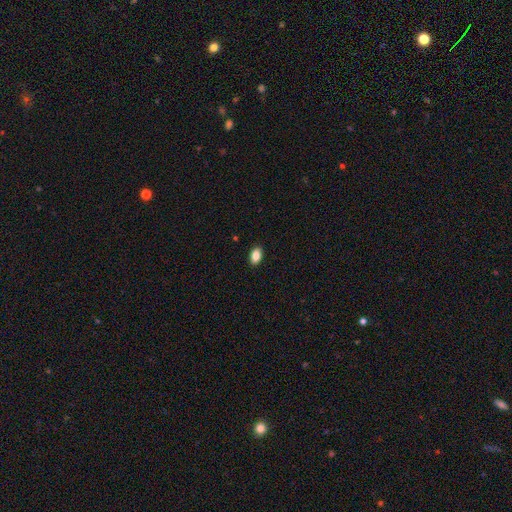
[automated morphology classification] This appears to be a smooth galaxy with no disk features (86%) that is in between round and cigar-shaped (91%). Merging: none (90%).